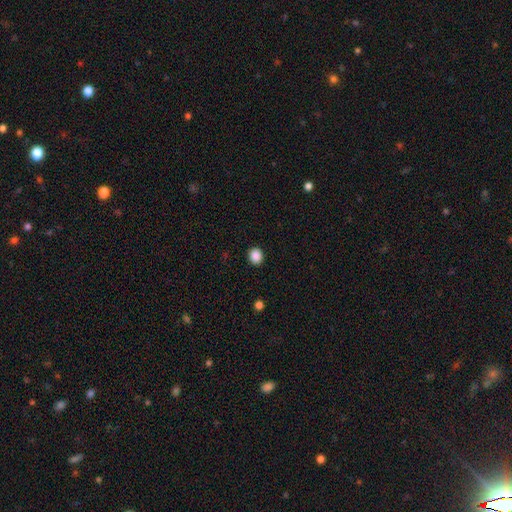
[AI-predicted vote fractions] smooth 88%, star or artifact 10%, featured or disk 3%. Down the decision tree: how rounded — round (74%); merging — none (91%).